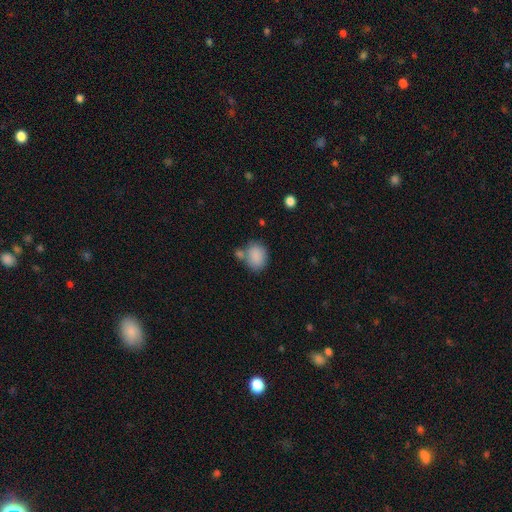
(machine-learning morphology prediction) Smooth or featured? Predicted: smooth (p=0.86). How rounded? Predicted: in between (p=0.53). Merging? Predicted: none (p=0.55).